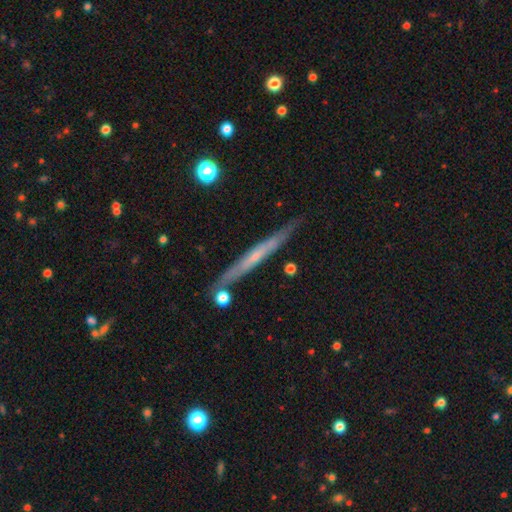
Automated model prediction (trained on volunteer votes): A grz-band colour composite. It shows a featured or disk galaxy (62%) viewed edge-on (94%) with no central bulge (66%). Merging: none (82%).